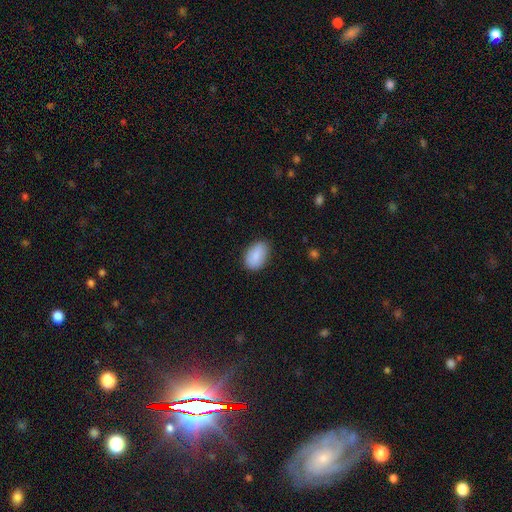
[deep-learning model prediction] Smooth or featured: smooth — 85% (featured or disk — 8%)
How rounded: in between — 89% (round — 10%)
Merging: none — 82% (minor disturbance — 14%)